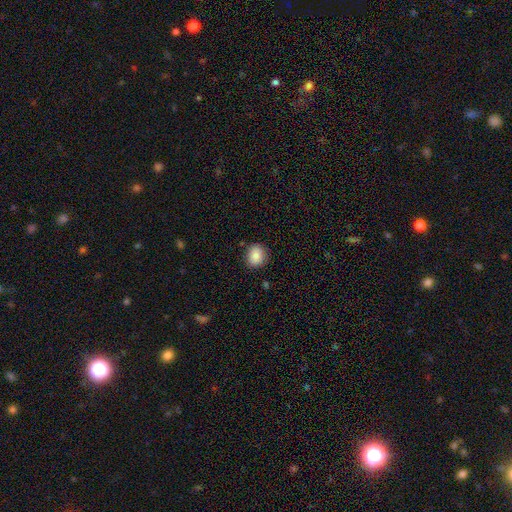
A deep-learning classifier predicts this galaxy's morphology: This appears to be a smooth galaxy with no disk features (85%) that is round (70%). Merging: none (83%).